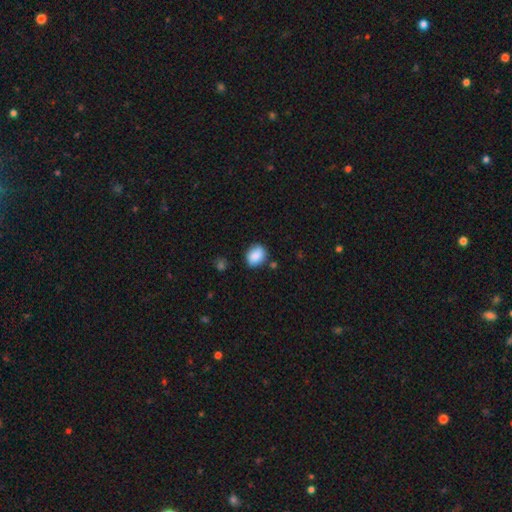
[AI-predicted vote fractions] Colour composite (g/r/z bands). It shows a smooth galaxy with no disk features (87%) that is in between round and cigar-shaped (59%). Merging: none (77%).